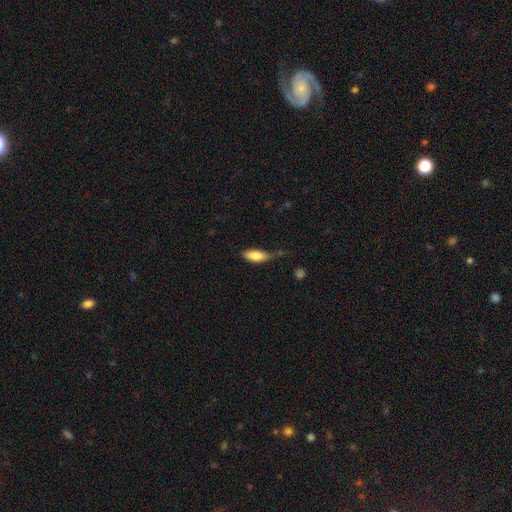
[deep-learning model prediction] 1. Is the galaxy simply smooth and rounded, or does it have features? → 83% smooth, 10% featured or disk, 7% star or artifact.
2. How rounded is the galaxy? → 81% in between, 17% cigar-shaped, 2% round.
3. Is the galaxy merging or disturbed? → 46% none, 36% minor disturbance, 13% major disturbance, 4% merger.